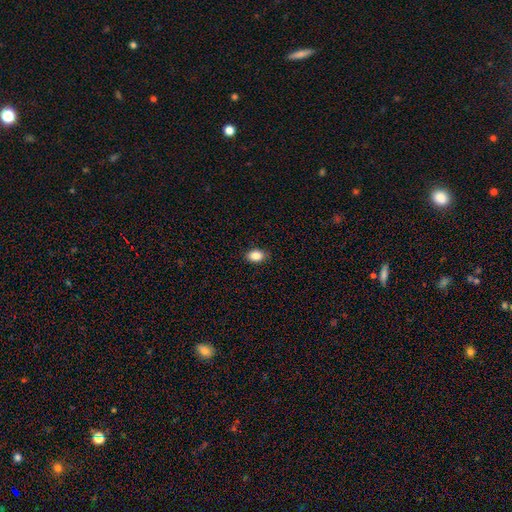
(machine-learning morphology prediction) Smooth or featured: smooth — 87% (star or artifact — 8%)
How rounded: in between — 82% (round — 17%)
Merging: none — 86% (minor disturbance — 11%)